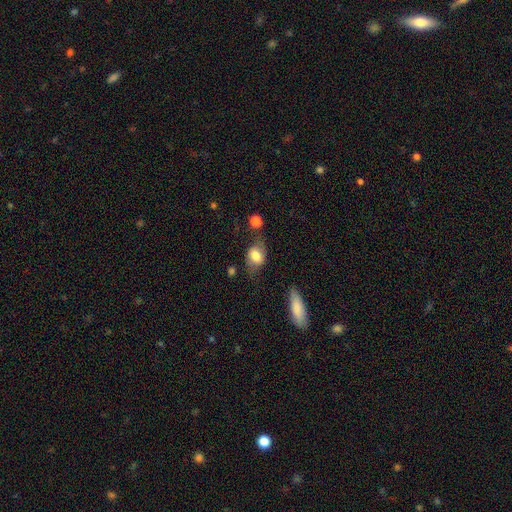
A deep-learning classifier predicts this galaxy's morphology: Q: Smooth or featured?
A: smooth (66%); runner-up: featured or disk (26%)
Q: How rounded?
A: in between (76%); runner-up: round (22%)
Q: Merging?
A: none (58%); runner-up: minor disturbance (25%)